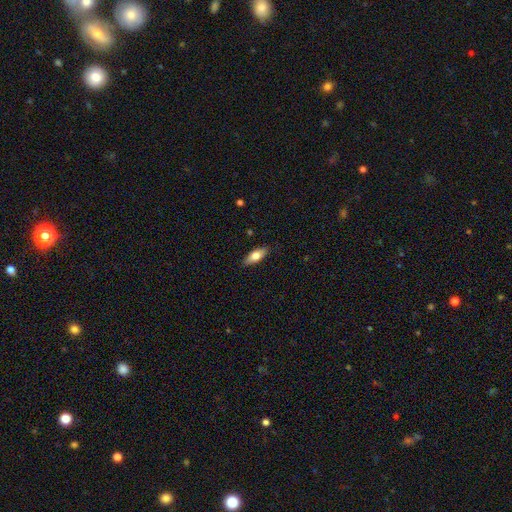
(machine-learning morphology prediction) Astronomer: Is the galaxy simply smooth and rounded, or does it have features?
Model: smooth — 70%.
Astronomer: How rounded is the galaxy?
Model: in between — 73%.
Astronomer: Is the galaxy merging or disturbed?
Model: none — 87%.